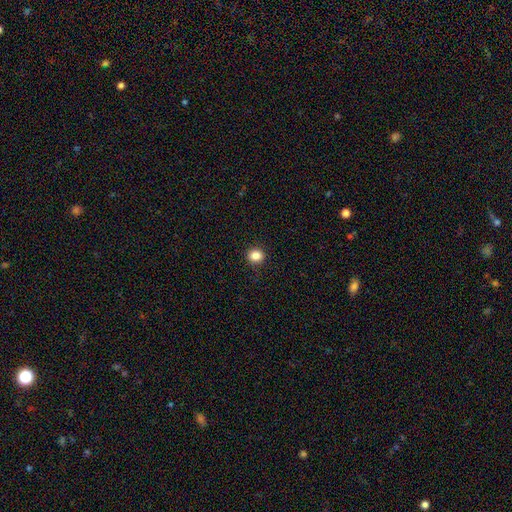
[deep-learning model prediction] Smooth or featured: smooth — 85% (star or artifact — 11%)
How rounded: round — 84% (in between — 15%)
Merging: none — 90% (minor disturbance — 7%)